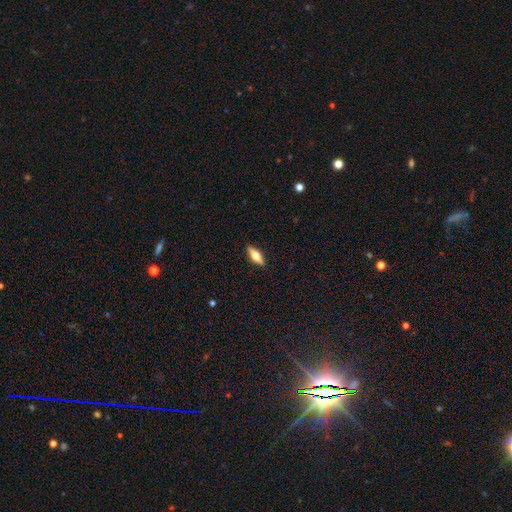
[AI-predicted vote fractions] smooth-or-featured: smooth: 54% | featured or disk: 39% | star or artifact: 7%
  how-rounded: in between: 58% | cigar-shaped: 39% | round: 3%
  merging: none: 89% | minor disturbance: 9% | major disturbance: 2% | merger: 1%